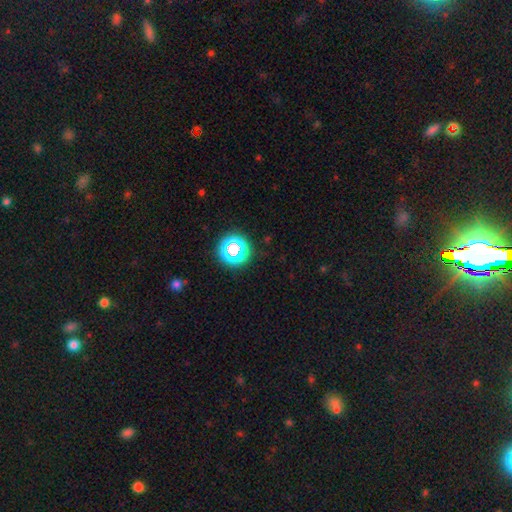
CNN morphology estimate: A star or artifact, not a galaxy (59%).

Vote fractions:
- Smooth or featured? star or artifact: 59% / smooth: 34% / featured or disk: 7%